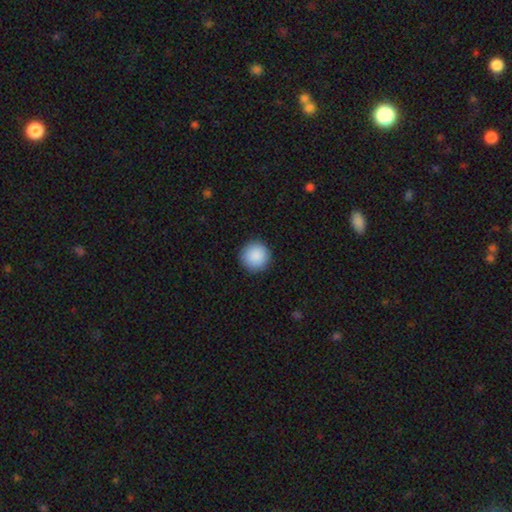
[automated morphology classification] smooth-or-featured: smooth: 90% | star or artifact: 7% | featured or disk: 3%
  how-rounded: round: 96% | in between: 3% | cigar-shaped: 1%
  merging: none: 92% | minor disturbance: 5% | major disturbance: 2% | merger: 1%